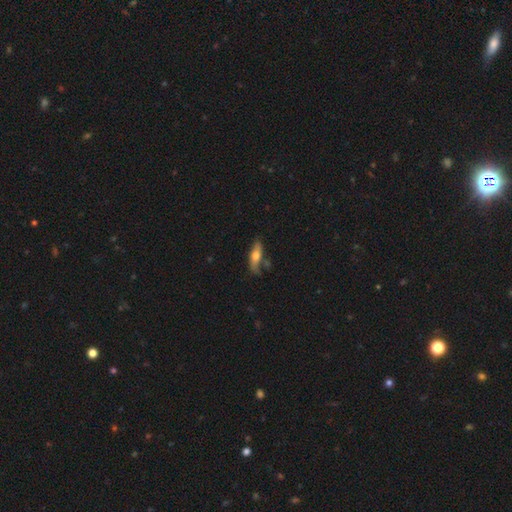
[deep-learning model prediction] Smooth or featured? smooth (53%)
How rounded? cigar-shaped (53%)
Merging? none (66%)